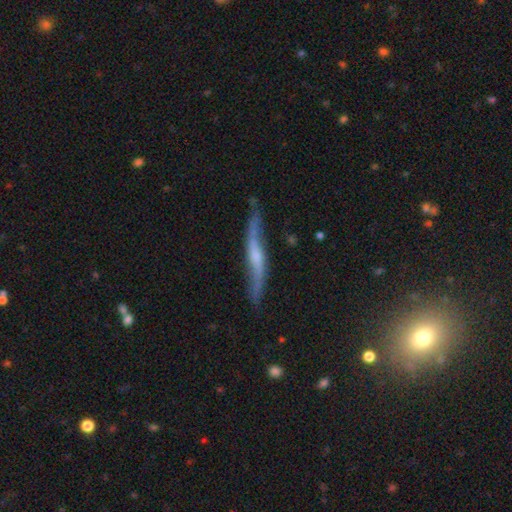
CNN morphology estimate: Smooth or featured?
  - featured or disk: 73% *
  - smooth: 20%
  - star or artifact: 7%
Edge-on disk?
  - yes: 71% *
  - no: 29%
Edge-on bulge?
  - rounded: 52% *
  - none: 36%
  - boxy: 13%
Merging?
  - none: 71% *
  - minor disturbance: 21%
  - major disturbance: 6%
  - merger: 2%